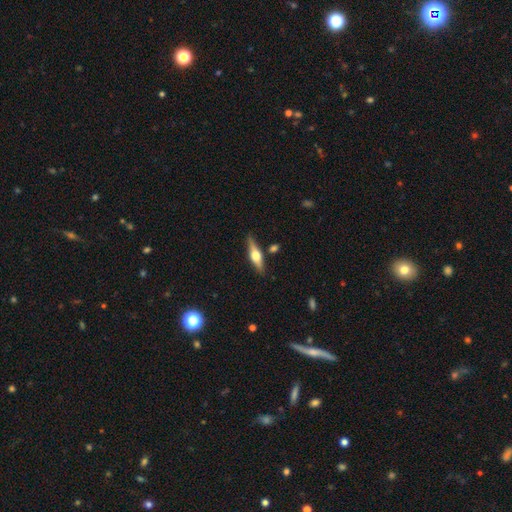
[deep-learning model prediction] A featured or disk galaxy (62%) viewed edge-on (95%) with a rounded central bulge (93%). Merging: none (82%).